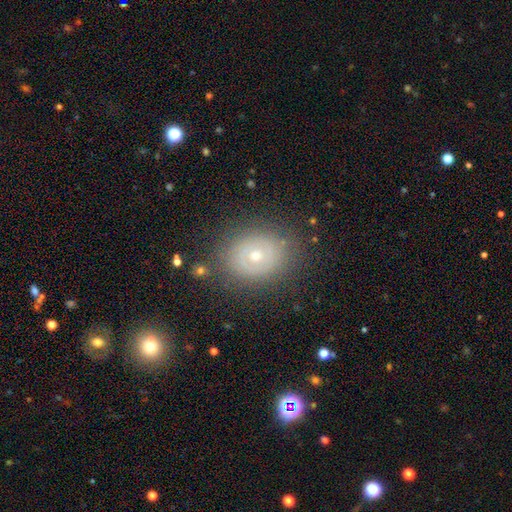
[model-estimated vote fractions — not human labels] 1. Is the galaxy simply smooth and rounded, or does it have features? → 51% featured or disk, 38% smooth, 10% star or artifact.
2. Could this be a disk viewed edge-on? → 94% no, 6% yes.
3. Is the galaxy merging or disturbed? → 80% none, 13% minor disturbance, 5% major disturbance, 2% merger.